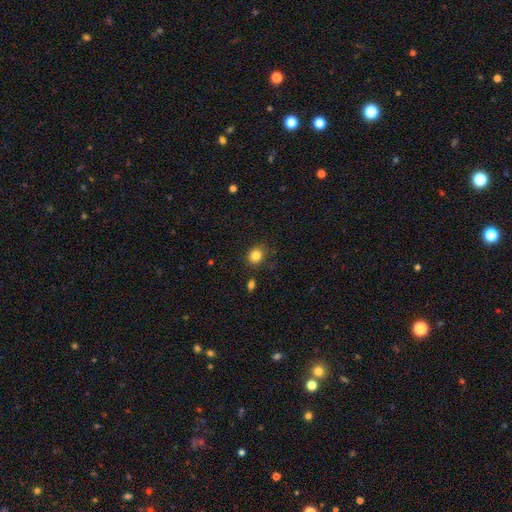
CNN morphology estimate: Q: Smooth or featured?
A: smooth (83%); runner-up: star or artifact (11%)
Q: How rounded?
A: round (73%); runner-up: in between (26%)
Q: Merging?
A: none (82%); runner-up: minor disturbance (13%)